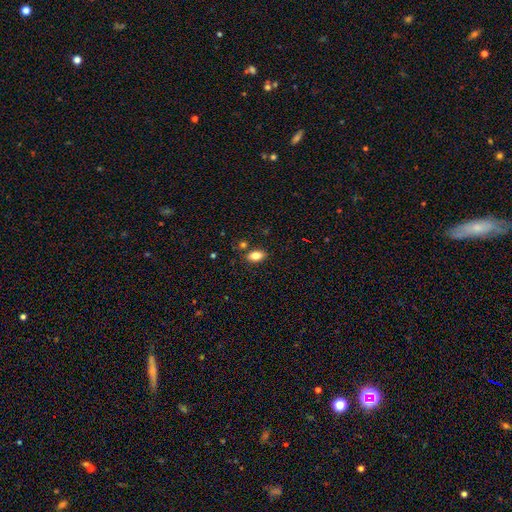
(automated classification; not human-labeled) smooth-or-featured: smooth: 82% | star or artifact: 9% | featured or disk: 9%
  how-rounded: in between: 90% | round: 6% | cigar-shaped: 4%
  merging: none: 81% | minor disturbance: 11% | merger: 5% | major disturbance: 3%